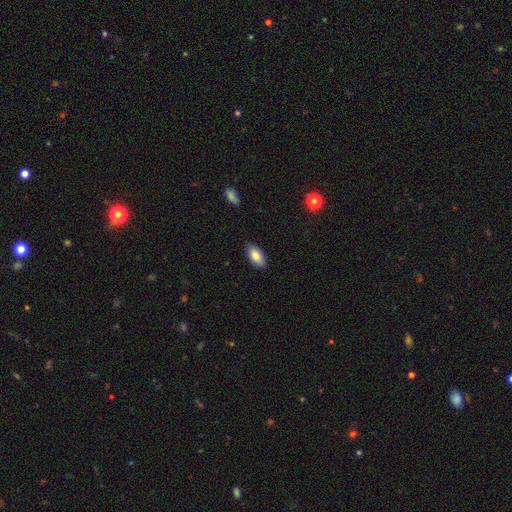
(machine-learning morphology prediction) Smooth or featured: smooth — 85% (featured or disk — 8%)
How rounded: in between — 92% (cigar-shaped — 5%)
Merging: none — 87% (minor disturbance — 10%)